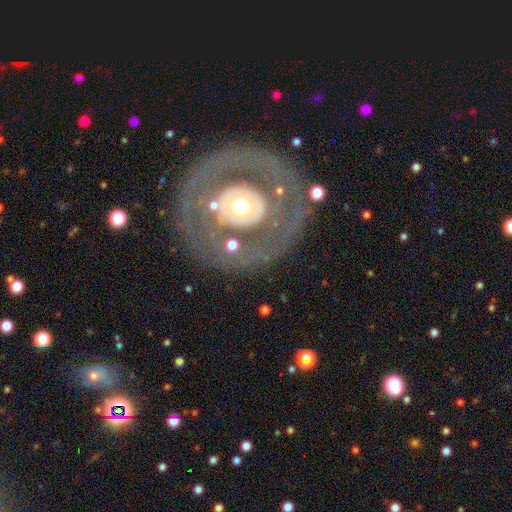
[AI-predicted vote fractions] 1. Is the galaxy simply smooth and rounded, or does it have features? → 69% featured or disk, 23% smooth, 7% star or artifact.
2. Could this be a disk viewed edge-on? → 95% no, 5% yes.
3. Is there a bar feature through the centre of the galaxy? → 80% no, 12% weak, 8% strong.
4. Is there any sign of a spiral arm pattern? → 69% no, 31% yes.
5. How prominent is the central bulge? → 53% moderate, 25% small, 17% large, 3% dominant, 2% none.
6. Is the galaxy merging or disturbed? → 76% none, 13% minor disturbance, 9% major disturbance, 2% merger.